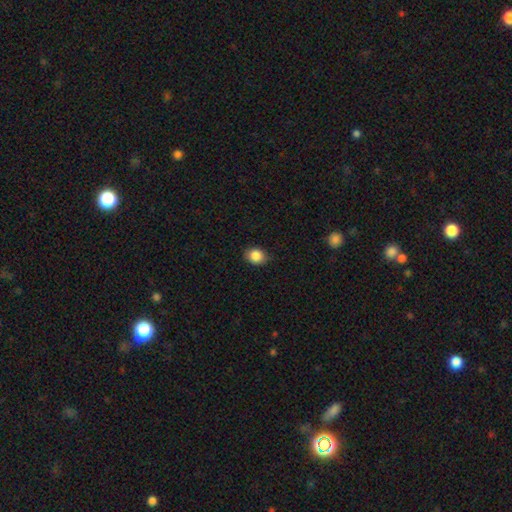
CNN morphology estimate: smooth_or_featured: smooth (p=0.86) [alt: star or artifact p=0.09]
how_rounded: round (p=0.54) [alt: in between p=0.45]
merging: none (p=0.83) [alt: minor disturbance p=0.14]